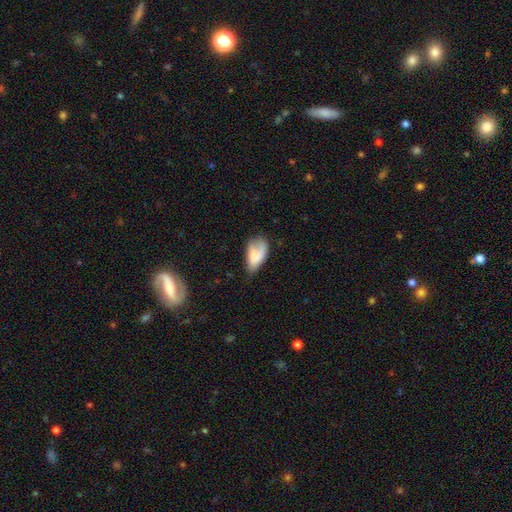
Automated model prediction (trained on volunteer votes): The model was most divided on "merging": none: 40%, minor disturbance: 35%, major disturbance: 21%, merger: 4%. More confident: how rounded — in between (92%); smooth or featured — smooth (70%).